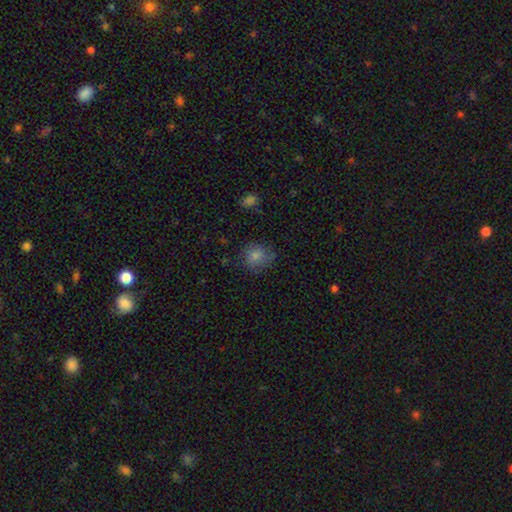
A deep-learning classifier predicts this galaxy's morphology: Overall: smooth (74%). How rounded: round (75%). Merging: none (72%).